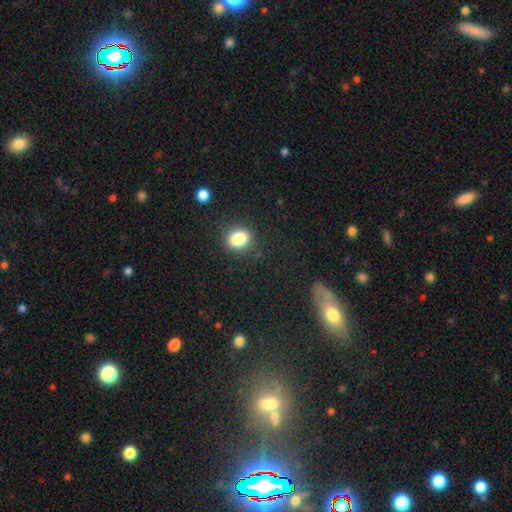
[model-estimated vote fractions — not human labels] smooth-or-featured: smooth: 49% | star or artifact: 37% | featured or disk: 14%
  merging: none: 79% | minor disturbance: 11% | merger: 5% | major disturbance: 5%